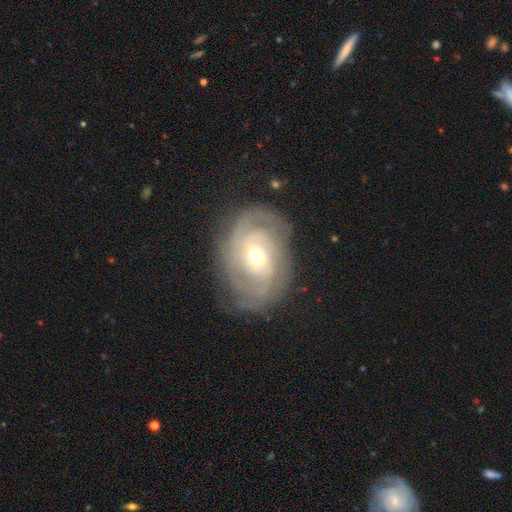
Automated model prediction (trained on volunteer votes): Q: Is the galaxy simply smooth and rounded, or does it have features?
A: featured or disk — 86%.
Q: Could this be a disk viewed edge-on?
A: no — 96%.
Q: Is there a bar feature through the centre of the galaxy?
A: no — 49%.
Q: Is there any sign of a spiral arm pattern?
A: yes — 95%.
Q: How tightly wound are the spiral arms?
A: tight — 71%.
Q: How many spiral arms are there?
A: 2 — 34%.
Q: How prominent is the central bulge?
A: moderate — 65%.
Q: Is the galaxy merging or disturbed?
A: none — 76%.